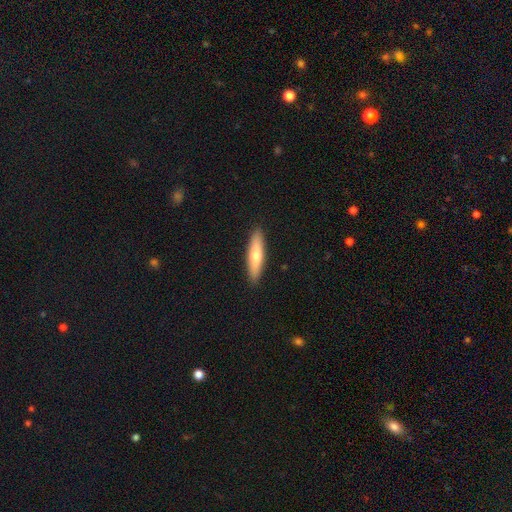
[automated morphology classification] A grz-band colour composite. It shows a smooth galaxy with no disk features (64%) that is cigar-shaped (78%). Merging: none (91%).